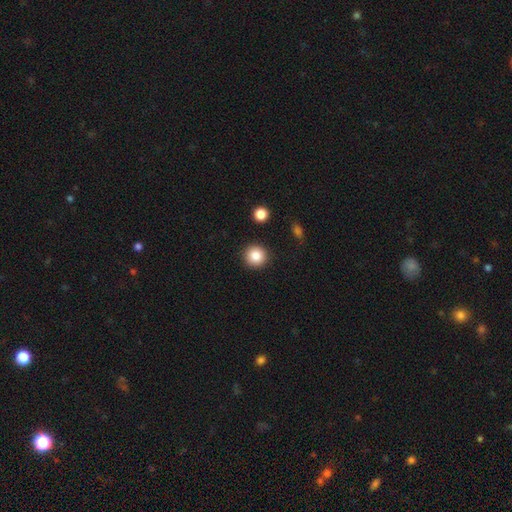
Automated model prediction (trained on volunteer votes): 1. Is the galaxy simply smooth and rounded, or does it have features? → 85% smooth, 9% star or artifact, 5% featured or disk.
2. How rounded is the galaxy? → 94% round, 5% in between, 1% cigar-shaped.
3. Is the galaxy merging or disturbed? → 91% none, 5% minor disturbance, 2% merger, 2% major disturbance.